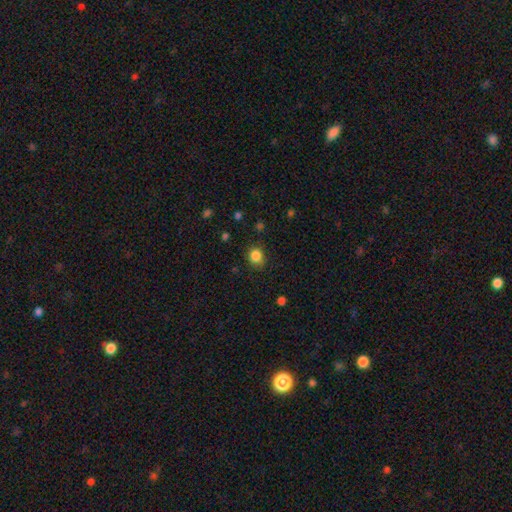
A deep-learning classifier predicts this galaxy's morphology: A smooth galaxy with no disk features (85%) that is round (69%).

Vote fractions:
- Smooth or featured? smooth: 85% / star or artifact: 11% / featured or disk: 4%
- How rounded? round: 69% / in between: 30% / cigar-shaped: 1%
- Merging? none: 78% / minor disturbance: 16% / major disturbance: 4% / merger: 2%